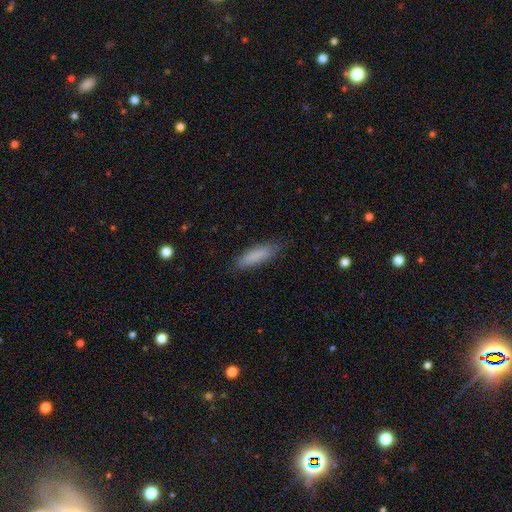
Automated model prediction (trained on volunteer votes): This is clearly a smooth galaxy (85%). How rounded: likely cigar-shaped (64%). Merging: clearly none (83%).